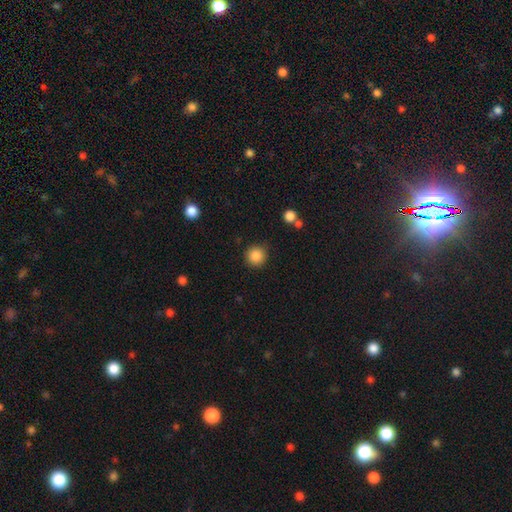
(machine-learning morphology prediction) Smooth or featured? smooth (87%)
How rounded? round (94%)
Merging? none (88%)